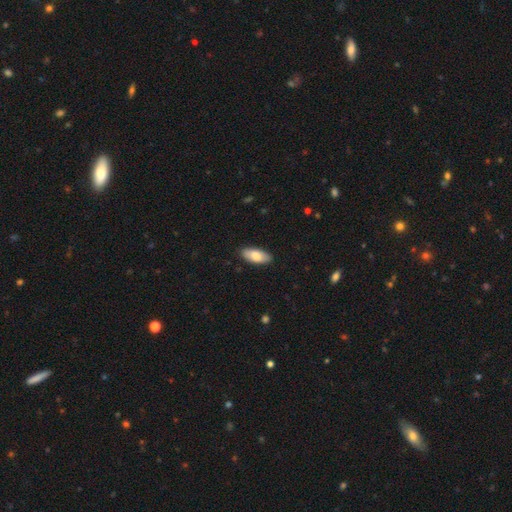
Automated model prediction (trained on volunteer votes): Overall: smooth (78%). How rounded: in between (86%). Merging: none (88%).